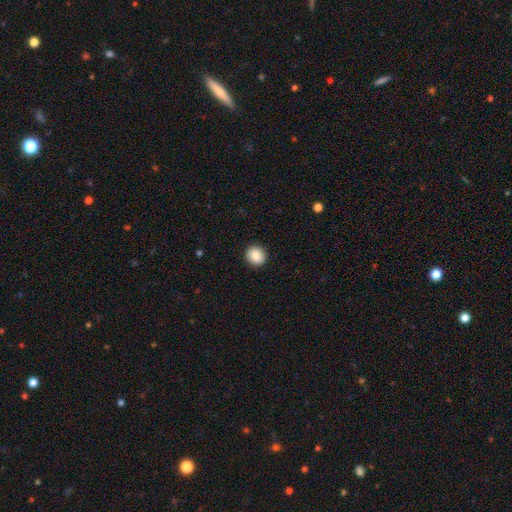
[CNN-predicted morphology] The model was most divided on "how rounded": round: 88%, in between: 11%, cigar-shaped: 1%. More confident: merging — none (92%); smooth or featured — smooth (86%).